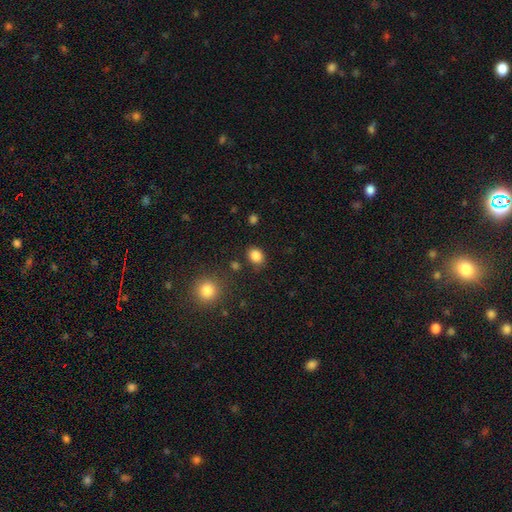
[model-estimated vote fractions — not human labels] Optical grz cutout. It shows a smooth galaxy with no disk features (85%) that is in between round and cigar-shaped (54%). Merging: none (81%).